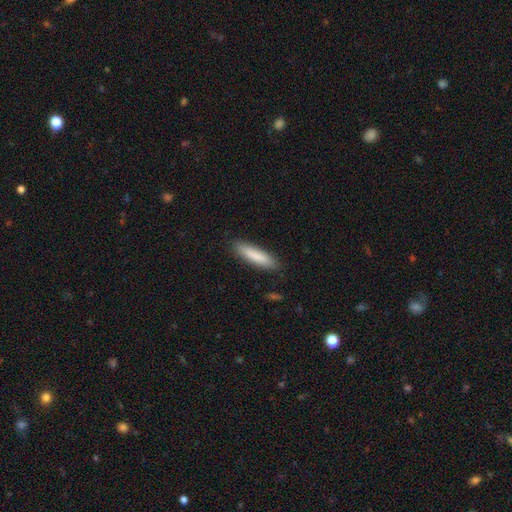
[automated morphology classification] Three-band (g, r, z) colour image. It shows a smooth galaxy with no disk features (85%) that is cigar-shaped (77%). Merging: none (87%).